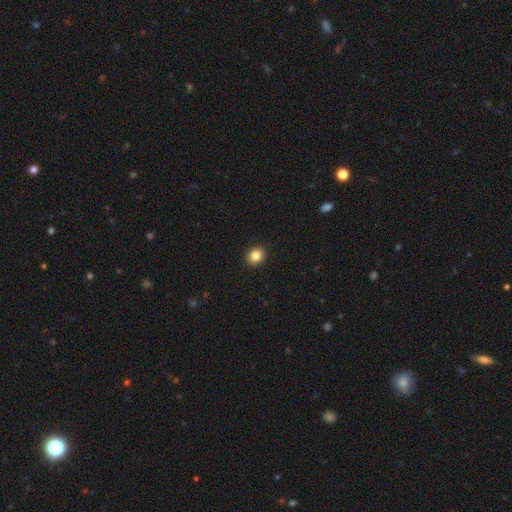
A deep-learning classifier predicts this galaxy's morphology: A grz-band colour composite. It shows a smooth galaxy with no disk features (84%) that is round (75%). Merging: none (93%).